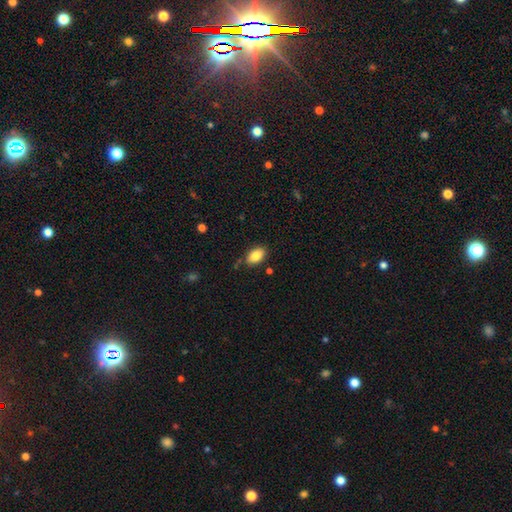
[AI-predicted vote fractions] smooth-or-featured: smooth: 85% | star or artifact: 7% | featured or disk: 7%
  how-rounded: in between: 92% | round: 6% | cigar-shaped: 2%
  merging: none: 82% | minor disturbance: 13% | merger: 3% | major disturbance: 3%